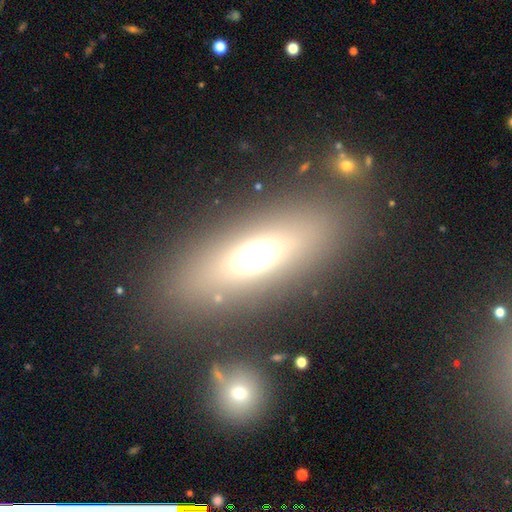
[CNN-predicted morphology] A smooth galaxy with no disk features (56%) that is in between round and cigar-shaped (66%). Merging: none (80%).